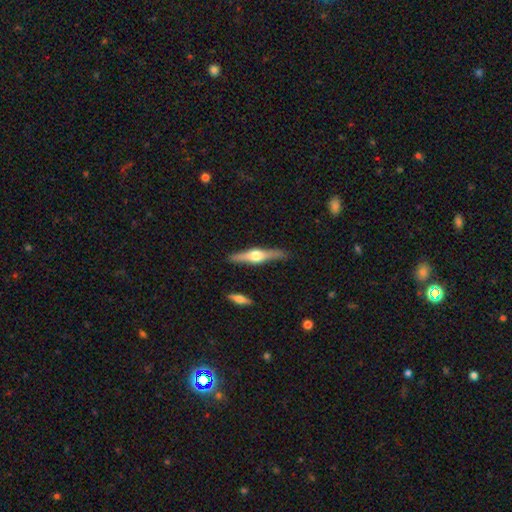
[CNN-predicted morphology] Smooth or featured: featured or disk — 73% (smooth — 22%)
Edge-on disk: yes — 97% (no — 3%)
Edge-on bulge: rounded — 94% (boxy — 4%)
Merging: none — 87% (minor disturbance — 9%)